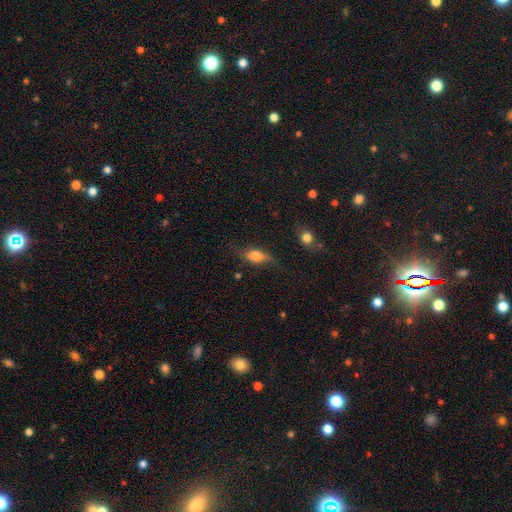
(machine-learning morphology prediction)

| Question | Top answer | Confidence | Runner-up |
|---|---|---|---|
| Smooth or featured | smooth | 58% | featured or disk (34%) |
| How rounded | in between | 77% | cigar-shaped (16%) |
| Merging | none | 56% | minor disturbance (27%) |